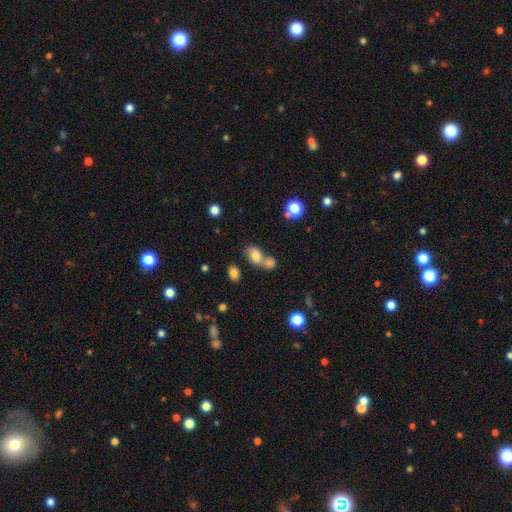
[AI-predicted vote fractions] smooth 77%, star or artifact 12%, featured or disk 12%. Down the decision tree: how rounded — in between (77%); merging — merger (53%).